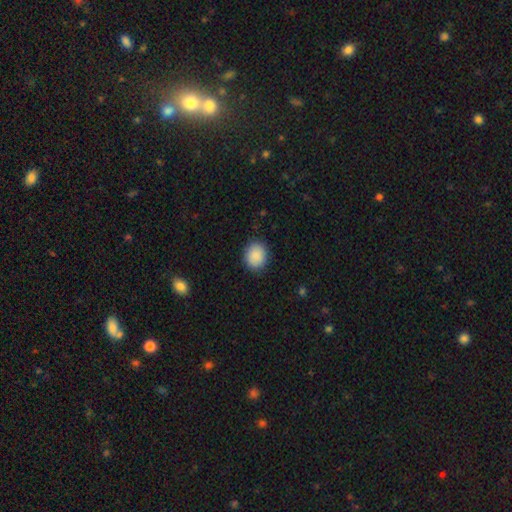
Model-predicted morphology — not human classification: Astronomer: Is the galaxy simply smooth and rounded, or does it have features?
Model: smooth — 90%.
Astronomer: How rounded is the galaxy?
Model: round — 70%.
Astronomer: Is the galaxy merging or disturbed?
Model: none — 89%.